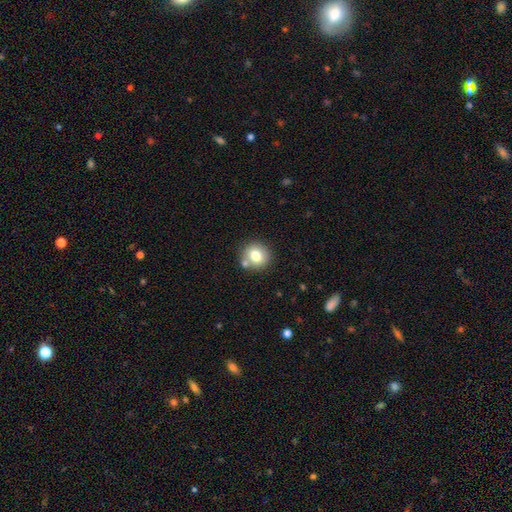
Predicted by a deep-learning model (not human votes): smooth 76%, featured or disk 13%, star or artifact 11%. Down the decision tree: how rounded — round (85%); merging — none (74%).